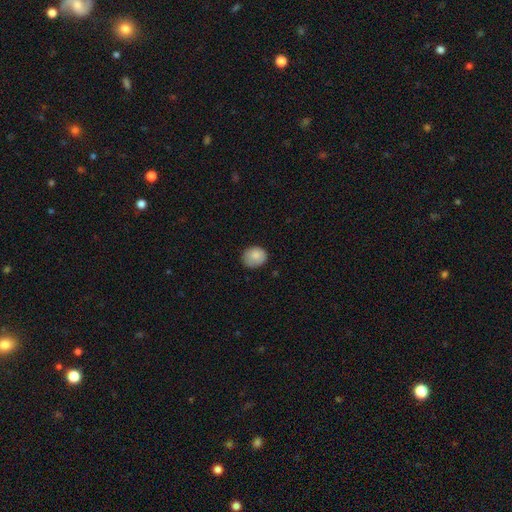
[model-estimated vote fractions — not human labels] Smooth or featured?
  - smooth: 84% *
  - featured or disk: 9%
  - star or artifact: 8%
How rounded?
  - round: 67% *
  - in between: 32%
  - cigar-shaped: 1%
Merging?
  - none: 75% *
  - minor disturbance: 20%
  - major disturbance: 4%
  - merger: 1%